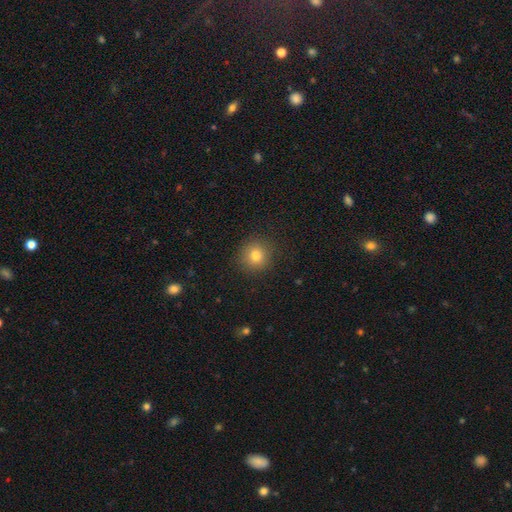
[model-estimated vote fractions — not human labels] Morphology: type=smooth (78%); roundness=round (92%); merging=none (90%).